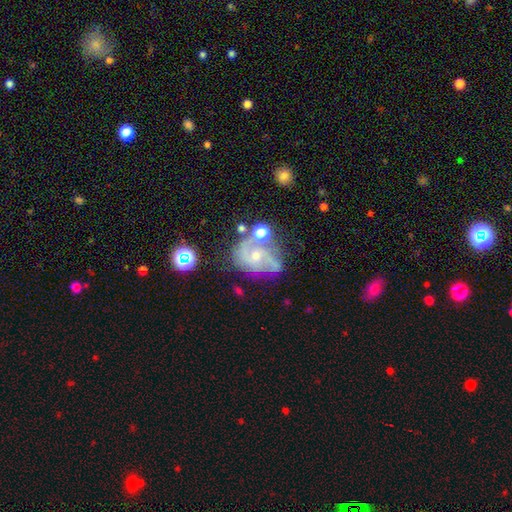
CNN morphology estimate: Smooth or featured: featured or disk — 78% (smooth — 12%)
Edge-on disk: no — 98% (yes — 2%)
Bar: no — 65% (weak — 29%)
Spiral arms: yes — 91% (no — 9%)
Spiral winding: medium — 48% (tight — 35%)
Spiral arm count: 2 — 51% (can't tell — 20%)
Bulge size: small — 57% (moderate — 38%)
Merging: none — 48% (minor disturbance — 23%)